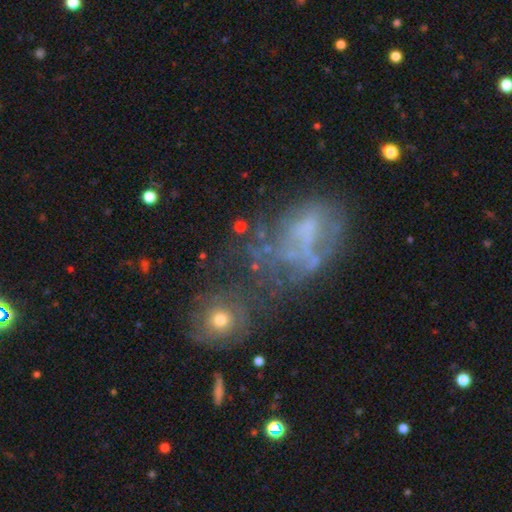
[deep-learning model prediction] Q: Smooth or featured?
A: featured or disk (48%); runner-up: smooth (31%)
Q: Merging?
A: major disturbance (36%); runner-up: none (25%)